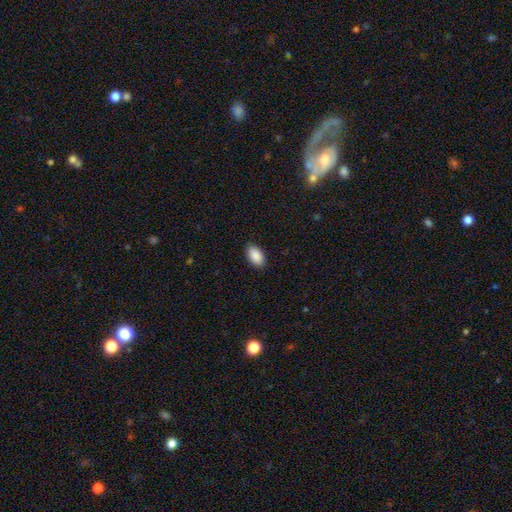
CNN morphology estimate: Smooth or featured?
  - smooth: 91% *
  - star or artifact: 6%
  - featured or disk: 3%
How rounded?
  - in between: 94% *
  - round: 4%
  - cigar-shaped: 1%
Merging?
  - none: 89% *
  - minor disturbance: 8%
  - major disturbance: 2%
  - merger: 1%